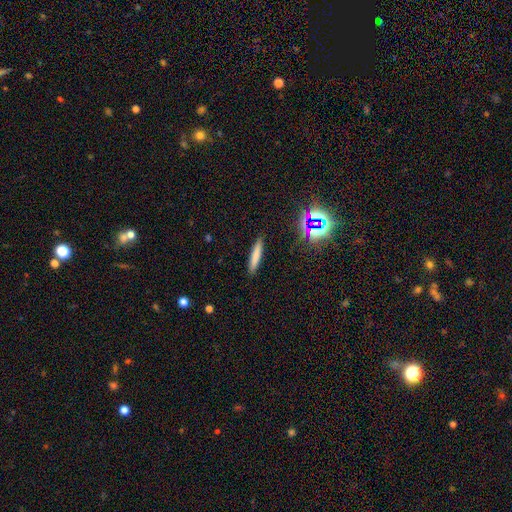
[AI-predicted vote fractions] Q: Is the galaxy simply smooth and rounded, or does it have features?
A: smooth — 74%.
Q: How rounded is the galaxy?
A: cigar-shaped — 91%.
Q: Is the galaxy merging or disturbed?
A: none — 90%.